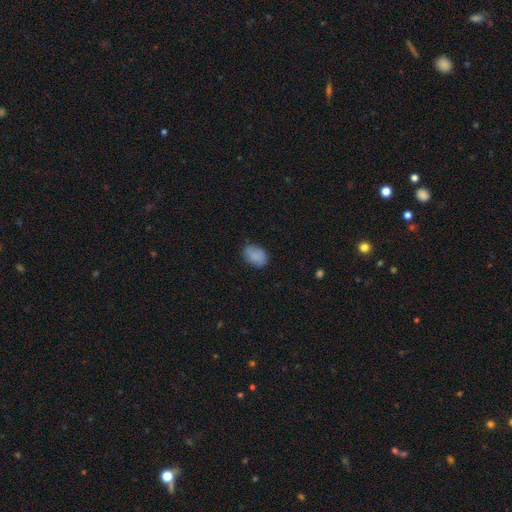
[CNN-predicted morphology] Overall: smooth (86%). How rounded: in between (80%). Merging: none (76%).